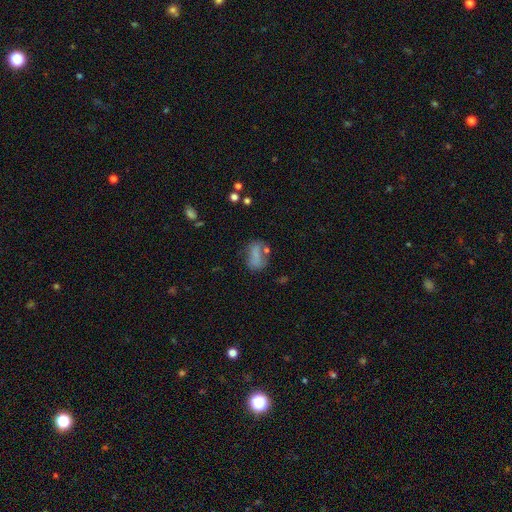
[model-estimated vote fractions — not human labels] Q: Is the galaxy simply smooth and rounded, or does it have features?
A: smooth — 70%.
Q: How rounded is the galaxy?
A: in between — 81%.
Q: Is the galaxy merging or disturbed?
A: none — 48%.